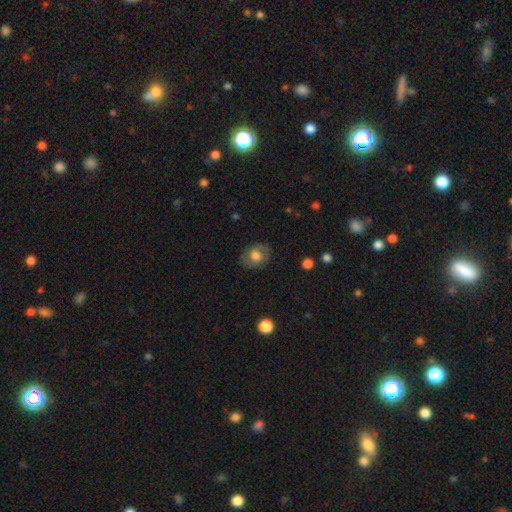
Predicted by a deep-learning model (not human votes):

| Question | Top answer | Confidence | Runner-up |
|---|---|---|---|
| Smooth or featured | smooth | 62% | featured or disk (29%) |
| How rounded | round | 52% | in between (47%) |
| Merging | none | 79% | minor disturbance (15%) |